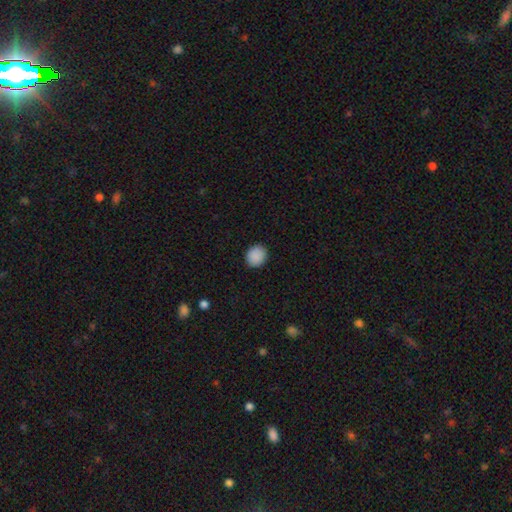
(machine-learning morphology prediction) Smooth or featured?
  - smooth: 89% *
  - star or artifact: 8%
  - featured or disk: 3%
How rounded?
  - round: 76% *
  - in between: 23%
  - cigar-shaped: 1%
Merging?
  - none: 90% *
  - minor disturbance: 7%
  - major disturbance: 2%
  - merger: 1%